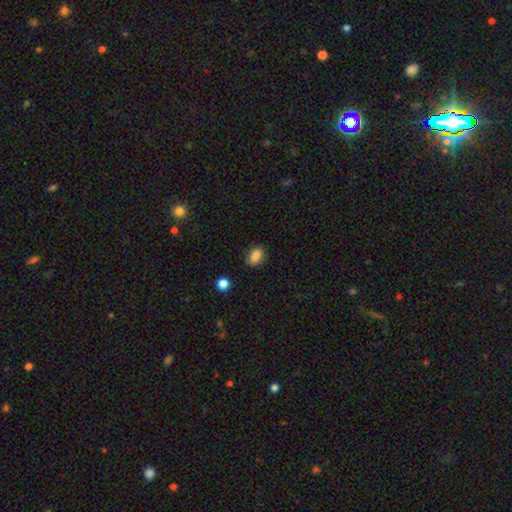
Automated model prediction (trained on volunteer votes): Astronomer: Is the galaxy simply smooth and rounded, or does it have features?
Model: smooth — 85%.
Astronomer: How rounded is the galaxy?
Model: in between — 81%.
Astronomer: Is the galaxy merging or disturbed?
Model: none — 81%.